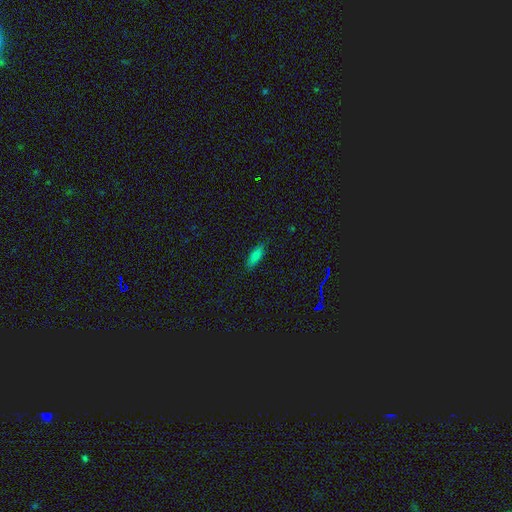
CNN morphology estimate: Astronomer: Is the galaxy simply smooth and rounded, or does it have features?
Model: smooth — 82%.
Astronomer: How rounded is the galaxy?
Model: in between — 62%.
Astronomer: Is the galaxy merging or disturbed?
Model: none — 84%.